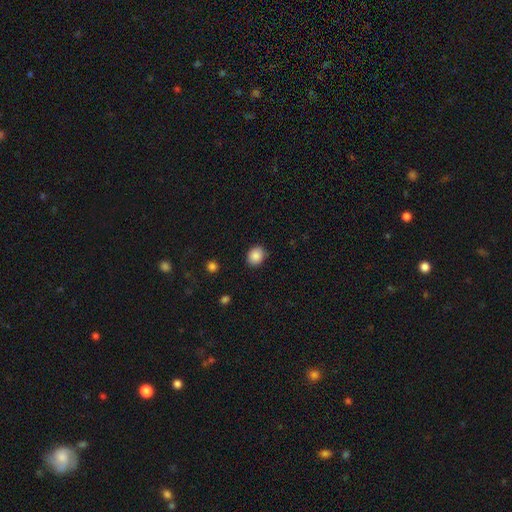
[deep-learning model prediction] smooth_or_featured: smooth (p=0.88) [alt: star or artifact p=0.09]
how_rounded: round (p=0.62) [alt: in between p=0.38]
merging: none (p=0.87) [alt: minor disturbance p=0.09]